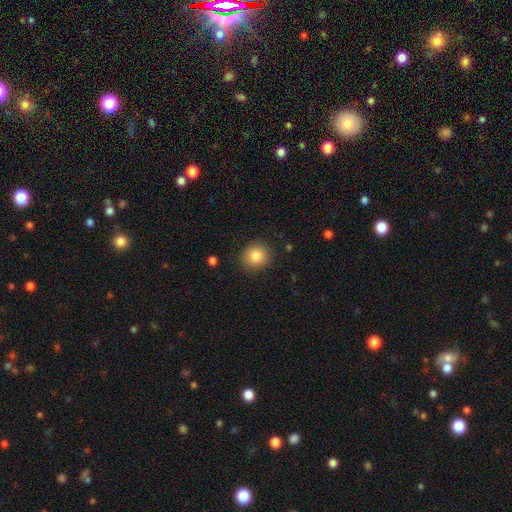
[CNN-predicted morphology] A smooth galaxy with no disk features (84%) that is round (85%). Merging: none (87%).